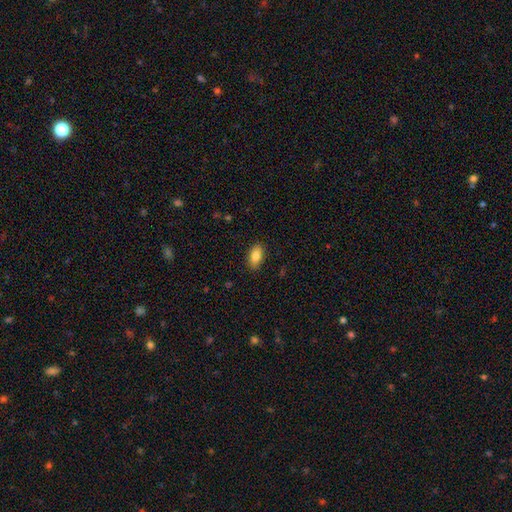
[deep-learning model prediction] A smooth galaxy with no disk features (84%) that is in between round and cigar-shaped (90%). Merging: none (87%).